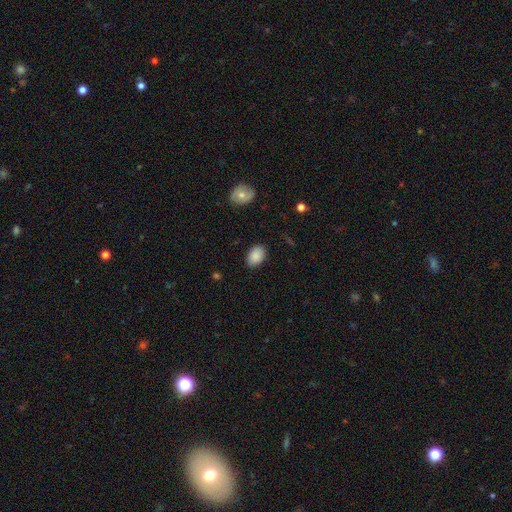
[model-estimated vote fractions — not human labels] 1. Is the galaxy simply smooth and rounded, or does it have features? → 88% smooth, 7% star or artifact, 4% featured or disk.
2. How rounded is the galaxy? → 83% in between, 16% round, 1% cigar-shaped.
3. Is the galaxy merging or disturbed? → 87% none, 10% minor disturbance, 2% major disturbance, 1% merger.